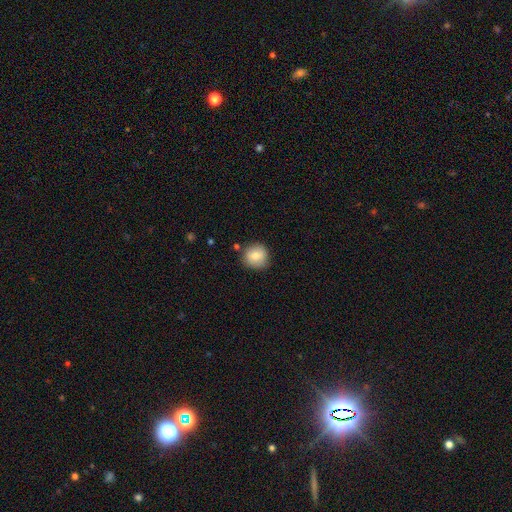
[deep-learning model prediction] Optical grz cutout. It shows a smooth galaxy with no disk features (82%) that is round (91%). Merging: none (82%).